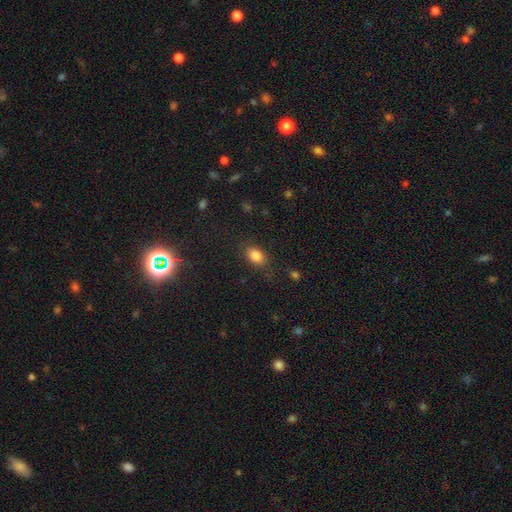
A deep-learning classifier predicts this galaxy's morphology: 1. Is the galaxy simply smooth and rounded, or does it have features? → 83% smooth, 10% star or artifact, 7% featured or disk.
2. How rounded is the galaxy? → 80% in between, 18% round, 2% cigar-shaped.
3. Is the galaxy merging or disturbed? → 81% none, 13% minor disturbance, 4% major disturbance, 1% merger.